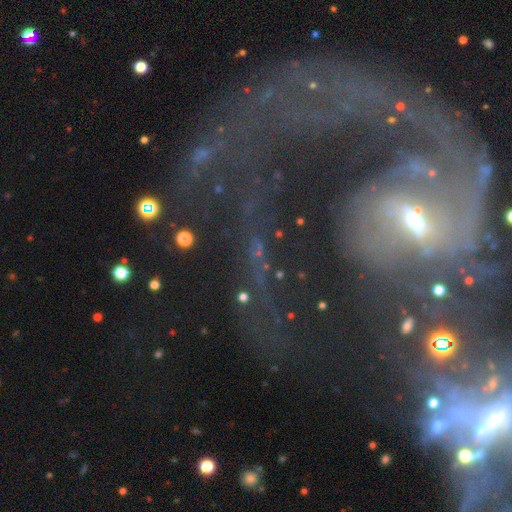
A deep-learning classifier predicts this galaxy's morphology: This appears to be a featured or disk galaxy (51%). Merging: none (45%).